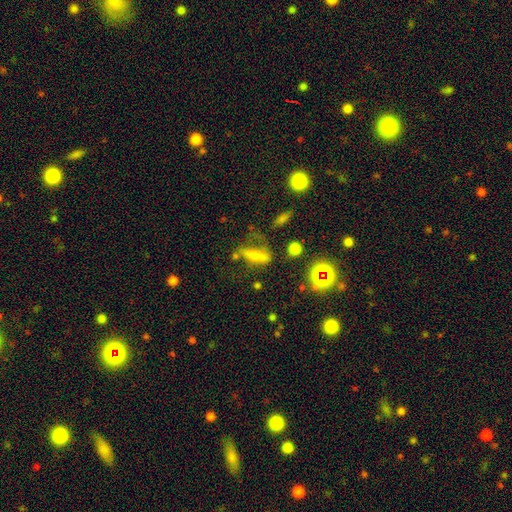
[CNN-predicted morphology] smooth 50%, featured or disk 33%, star or artifact 17%. Down the decision tree: how rounded — cigar-shaped (47%); merging — none (45%).